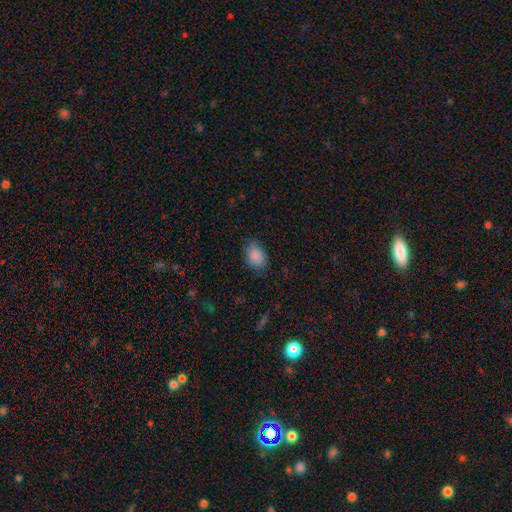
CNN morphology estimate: Smooth or featured? Predicted: smooth (p=0.88). How rounded? Predicted: in between (p=0.80). Merging? Predicted: none (p=0.80).